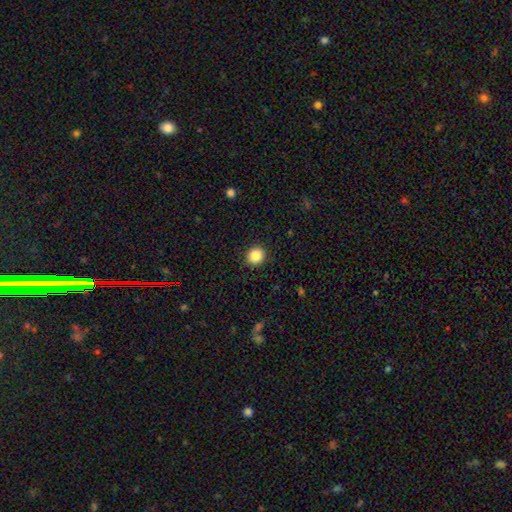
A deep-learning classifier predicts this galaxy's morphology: Smooth or featured?
  - smooth: 86% *
  - star or artifact: 9%
  - featured or disk: 4%
How rounded?
  - round: 87% *
  - in between: 12%
  - cigar-shaped: 1%
Merging?
  - none: 92% *
  - minor disturbance: 6%
  - major disturbance: 2%
  - merger: 1%